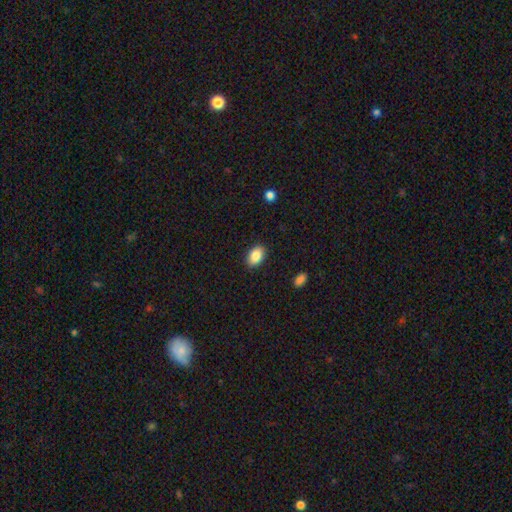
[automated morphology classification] Smooth or featured? smooth (85%)
How rounded? in between (88%)
Merging? none (88%)